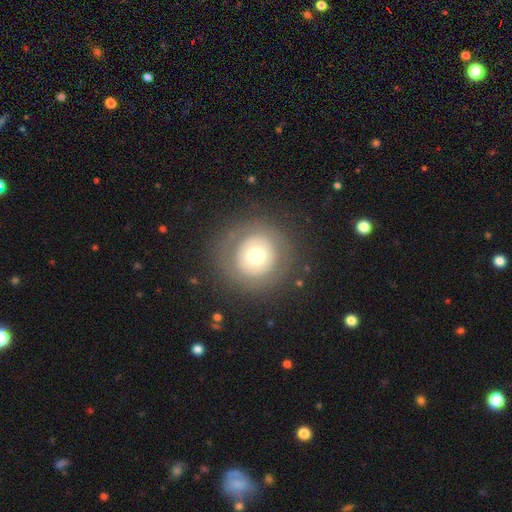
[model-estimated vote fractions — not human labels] A smooth galaxy with no disk features (58%) that is round (94%).

Vote fractions:
- Smooth or featured? smooth: 58% / featured or disk: 32% / star or artifact: 10%
- How rounded? round: 94% / in between: 5% / cigar-shaped: 1%
- Merging? none: 85% / minor disturbance: 8% / major disturbance: 6% / merger: 1%